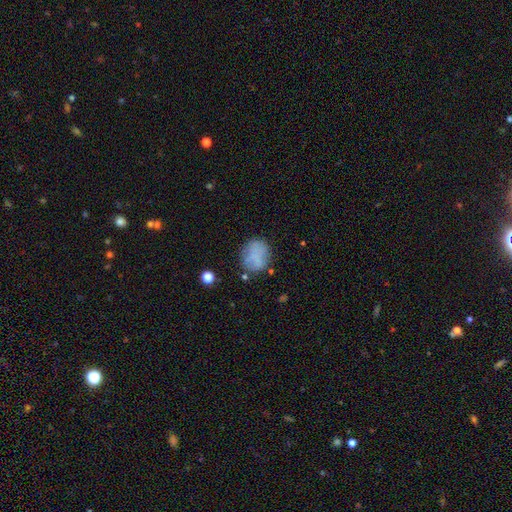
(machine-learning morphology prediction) smooth 69%, featured or disk 20%, star or artifact 11%. Down the decision tree: how rounded — round (62%); merging — none (64%).